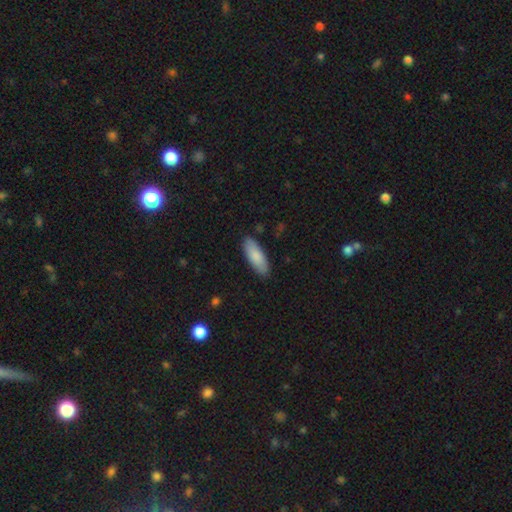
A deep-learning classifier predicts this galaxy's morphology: Smooth or featured? smooth (85%)
How rounded? in between (69%)
Merging? none (88%)